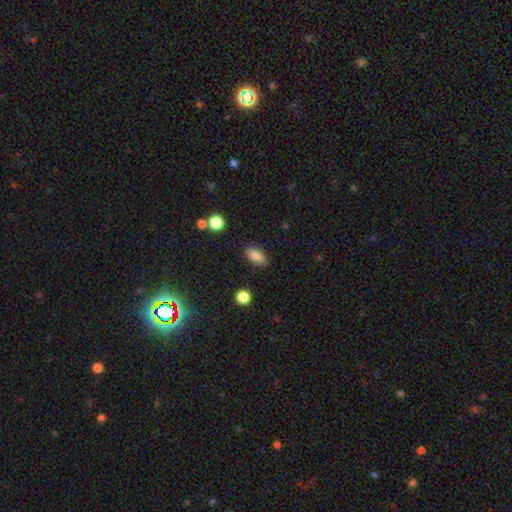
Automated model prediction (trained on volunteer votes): Smooth or featured? Predicted: smooth (p=0.83). How rounded? Predicted: in between (p=0.88). Merging? Predicted: none (p=0.85).